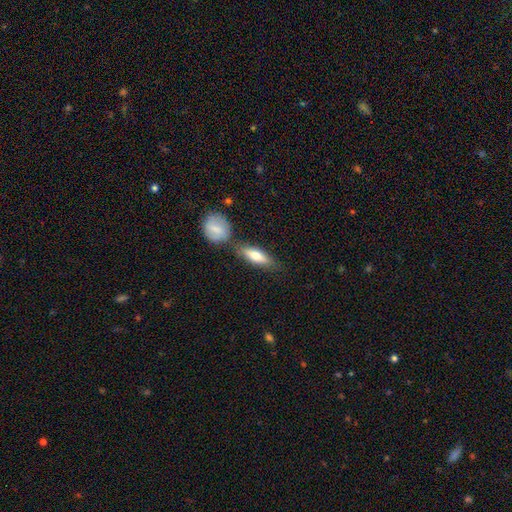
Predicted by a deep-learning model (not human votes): A smooth galaxy with no disk features (66%) that is in between round and cigar-shaped (53%).

Vote fractions:
- Smooth or featured? smooth: 66% / featured or disk: 28% / star or artifact: 6%
- How rounded? in between: 53% / cigar-shaped: 44% / round: 3%
- Merging? none: 65% / merger: 17% / minor disturbance: 14% / major disturbance: 4%